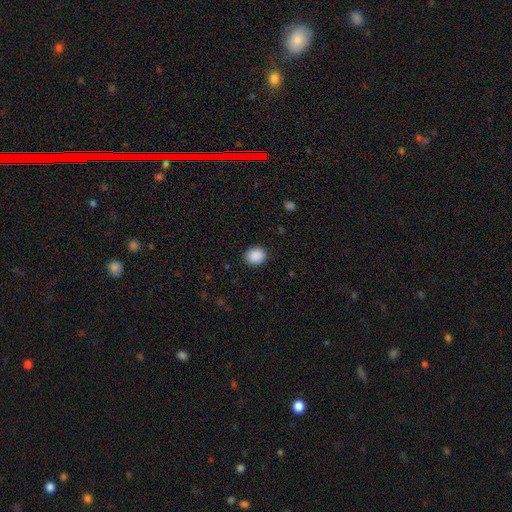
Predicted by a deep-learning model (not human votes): Morphology: type=smooth (90%); roundness=round (67%); merging=none (90%).